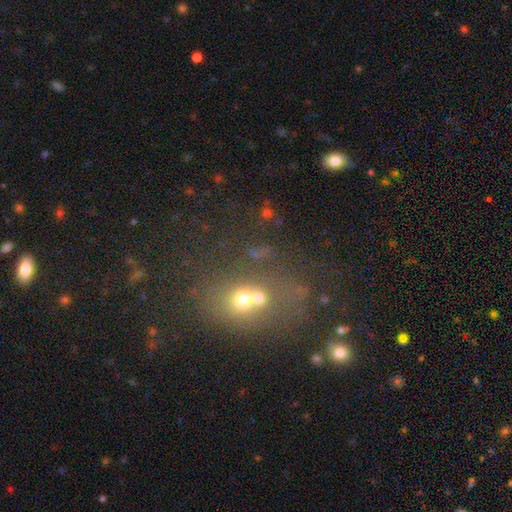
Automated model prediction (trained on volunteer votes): Smooth or featured? smooth (47%)
Merging? none (46%)